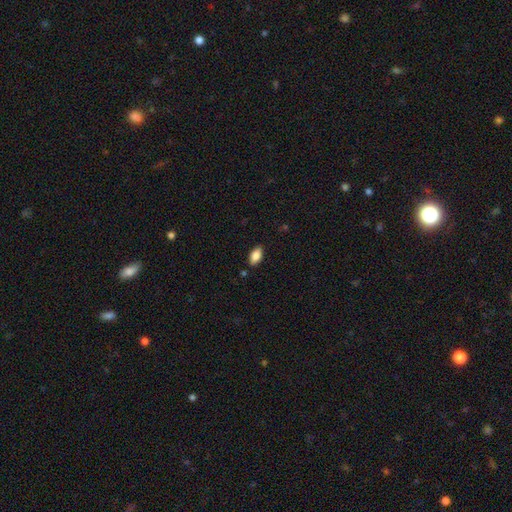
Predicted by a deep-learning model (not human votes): smooth 86%, star or artifact 7%, featured or disk 7%. Down the decision tree: how rounded — in between (92%); merging — none (86%).